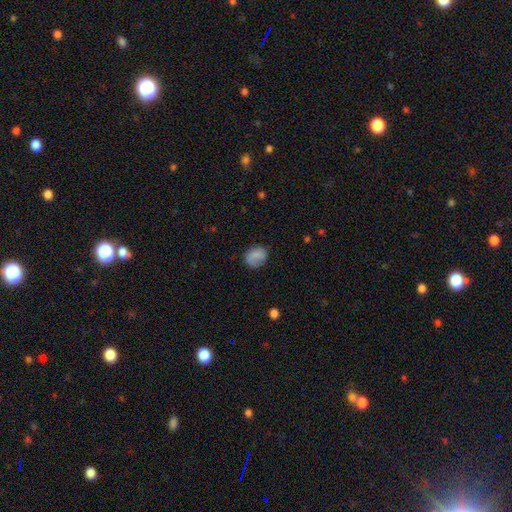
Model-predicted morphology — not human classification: Q: Smooth or featured?
A: smooth (79%); runner-up: featured or disk (12%)
Q: How rounded?
A: round (60%); runner-up: in between (39%)
Q: Merging?
A: none (75%); runner-up: minor disturbance (18%)